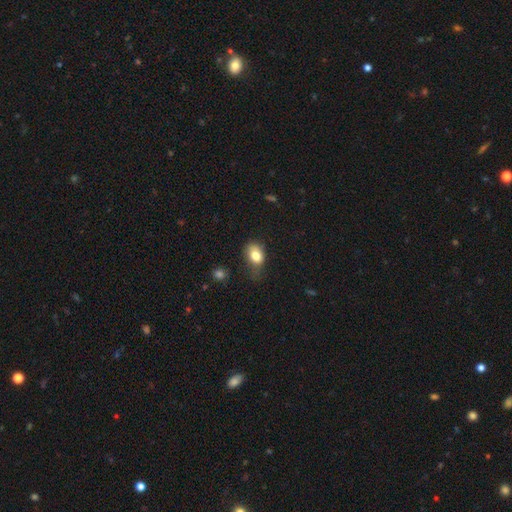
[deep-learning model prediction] Morphology: type=smooth (80%); roundness=in between (73%); merging=none (45%).